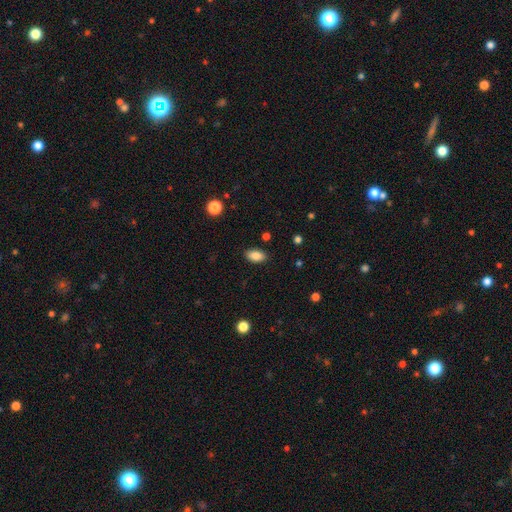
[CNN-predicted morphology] A smooth galaxy with no disk features (86%) that is in between round and cigar-shaped (92%).

Vote fractions:
- Smooth or featured? smooth: 86% / star or artifact: 8% / featured or disk: 6%
- How rounded? in between: 92% / round: 6% / cigar-shaped: 2%
- Merging? none: 87% / minor disturbance: 9% / major disturbance: 2% / merger: 1%